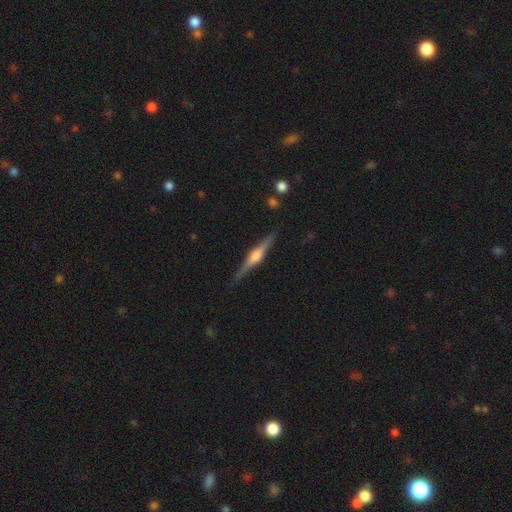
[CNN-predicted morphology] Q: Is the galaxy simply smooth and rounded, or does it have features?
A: featured or disk — 80%.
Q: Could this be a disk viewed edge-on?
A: yes — 98%.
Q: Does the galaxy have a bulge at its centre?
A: rounded — 85%.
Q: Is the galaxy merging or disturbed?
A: none — 89%.